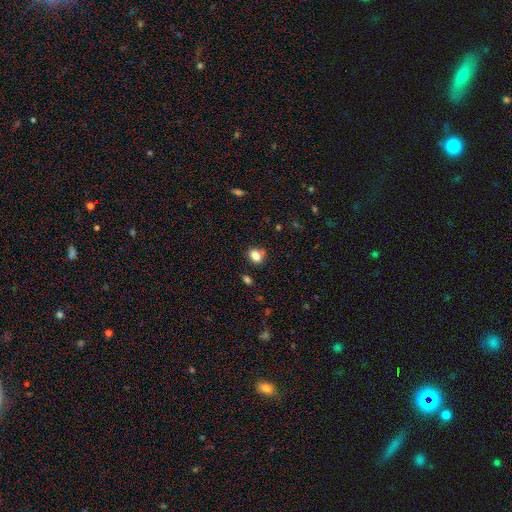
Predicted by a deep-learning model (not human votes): Smooth or featured? smooth (82%)
How rounded? in between (57%)
Merging? none (71%)